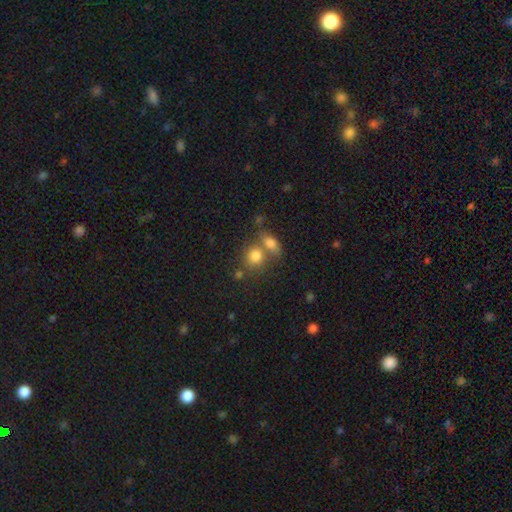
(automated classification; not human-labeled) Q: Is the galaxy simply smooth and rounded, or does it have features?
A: smooth — 80%.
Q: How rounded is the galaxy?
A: round — 68%.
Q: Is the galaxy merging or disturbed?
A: merger — 45%.